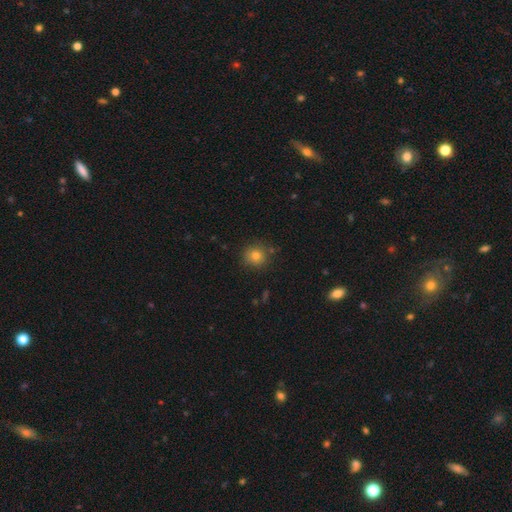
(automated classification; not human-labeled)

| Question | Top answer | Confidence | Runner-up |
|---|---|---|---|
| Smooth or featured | smooth | 78% | star or artifact (14%) |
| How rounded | round | 89% | in between (10%) |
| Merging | none | 85% | minor disturbance (10%) |